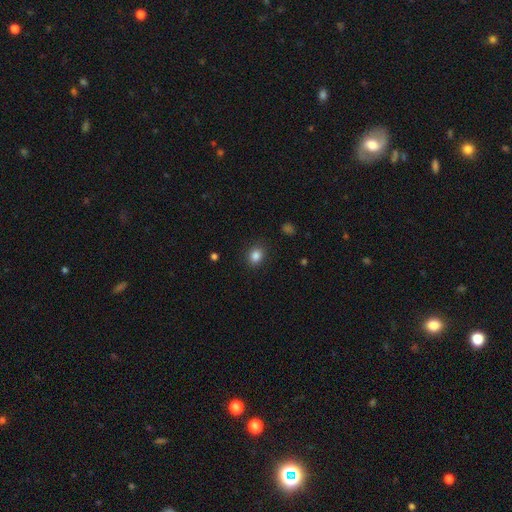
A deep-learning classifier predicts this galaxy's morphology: Overall: smooth (85%). How rounded: round (68%; in between 31%). Merging: none (88%).